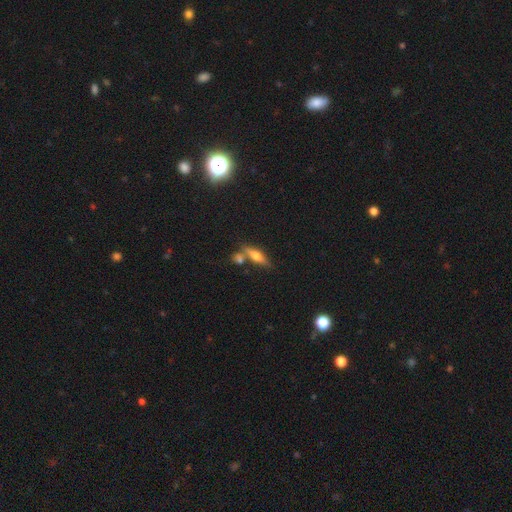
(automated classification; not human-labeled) smooth-or-featured: smooth: 49% | featured or disk: 42% | star or artifact: 9%
  merging: none: 62% | merger: 23% | minor disturbance: 12% | major disturbance: 4%